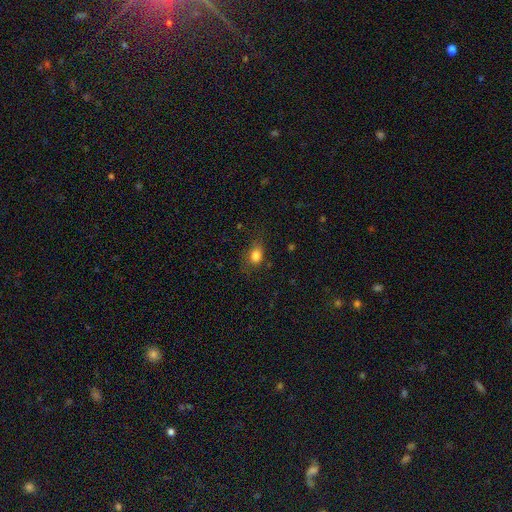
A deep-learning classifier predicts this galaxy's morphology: type=smooth (81%); roundness=in between (66%); merging=none (70%).